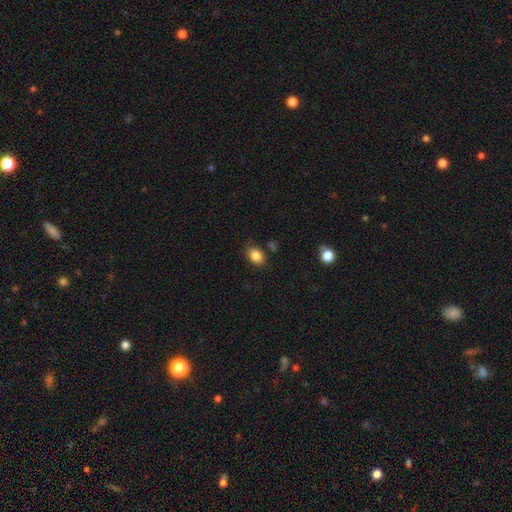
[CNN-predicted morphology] Smooth or featured: smooth — 85% (star or artifact — 9%)
How rounded: in between — 68% (round — 31%)
Merging: none — 80% (minor disturbance — 14%)